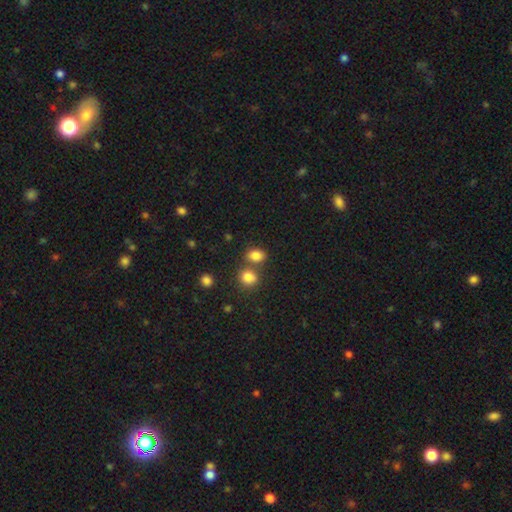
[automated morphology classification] smooth-or-featured: smooth: 83% | star or artifact: 11% | featured or disk: 6%
  how-rounded: in between: 67% | round: 32% | cigar-shaped: 1%
  merging: none: 56% | merger: 29% | minor disturbance: 10% | major disturbance: 4%